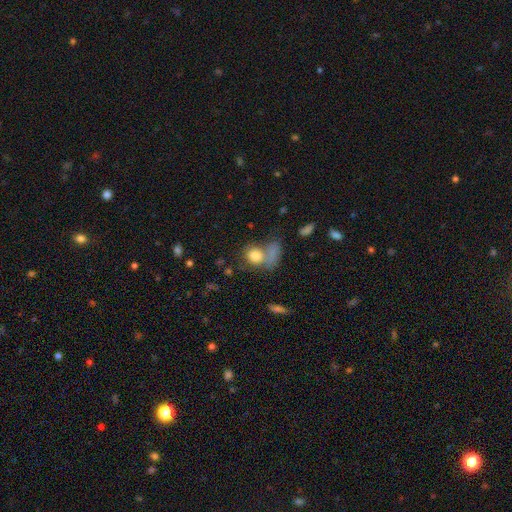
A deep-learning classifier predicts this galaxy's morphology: A smooth galaxy with no disk features (81%) that is round (62%). Merging: none (39%).